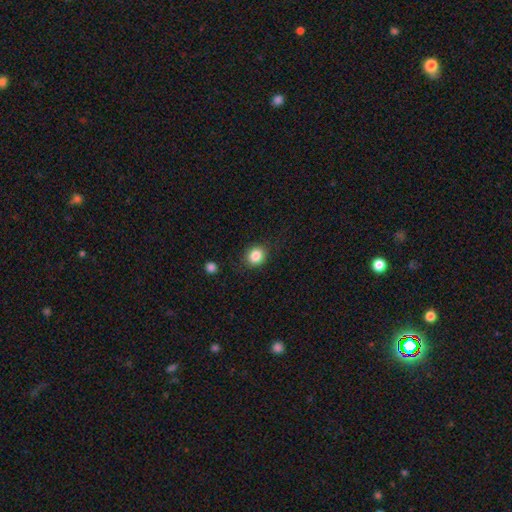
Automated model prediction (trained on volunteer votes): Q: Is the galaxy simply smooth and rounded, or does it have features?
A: smooth — 85%.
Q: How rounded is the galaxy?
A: round — 78%.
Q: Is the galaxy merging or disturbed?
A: none — 86%.